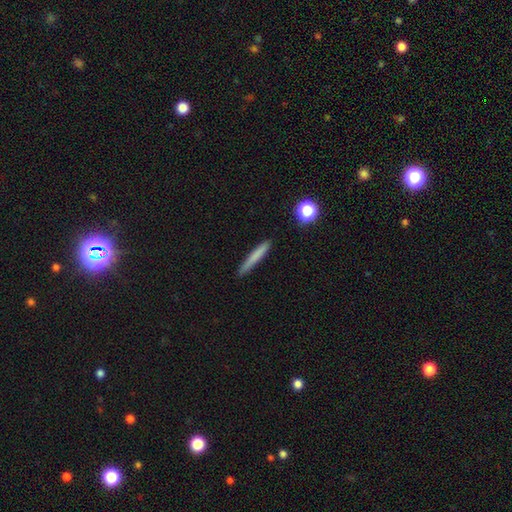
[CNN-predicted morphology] Q: Smooth or featured?
A: smooth (72%); runner-up: featured or disk (20%)
Q: How rounded?
A: cigar-shaped (95%); runner-up: in between (3%)
Q: Merging?
A: none (87%); runner-up: minor disturbance (10%)